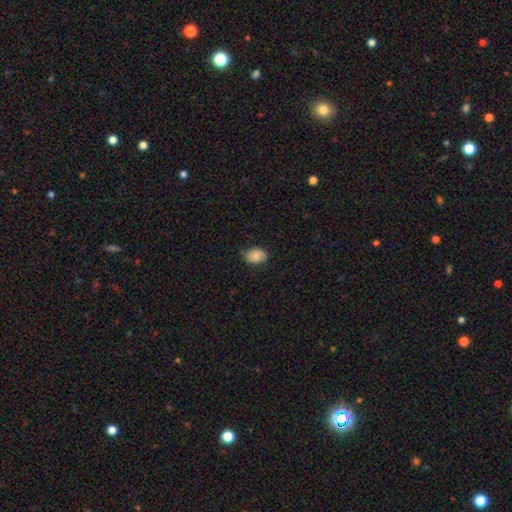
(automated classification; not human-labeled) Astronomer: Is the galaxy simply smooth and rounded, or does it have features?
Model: smooth — 77%.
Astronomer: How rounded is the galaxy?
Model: in between — 76%.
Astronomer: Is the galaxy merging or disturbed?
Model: none — 74%.